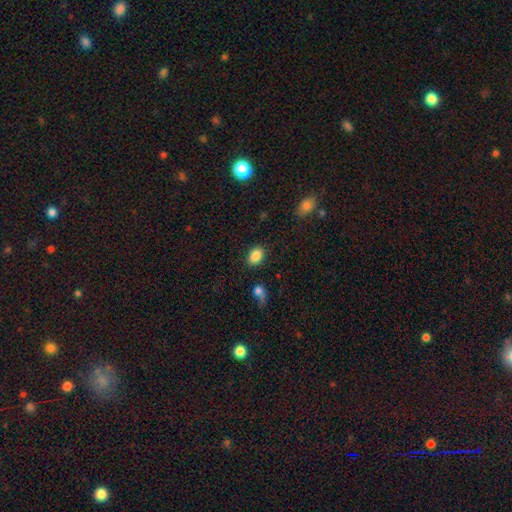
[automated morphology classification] smooth_or_featured: smooth (p=0.86) [alt: star or artifact p=0.09]
how_rounded: in between (p=0.78) [alt: round p=0.21]
merging: none (p=0.84) [alt: minor disturbance p=0.10]